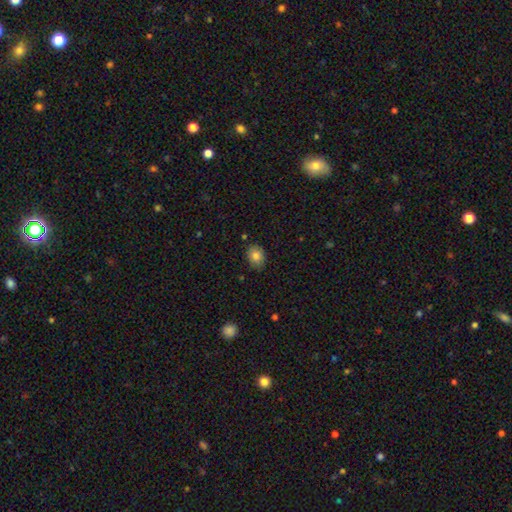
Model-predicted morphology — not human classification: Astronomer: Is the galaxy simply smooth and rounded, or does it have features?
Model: smooth — 83%.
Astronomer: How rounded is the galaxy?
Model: in between — 61% (runner-up: round, 38%).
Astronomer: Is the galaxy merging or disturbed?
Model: none — 83%.